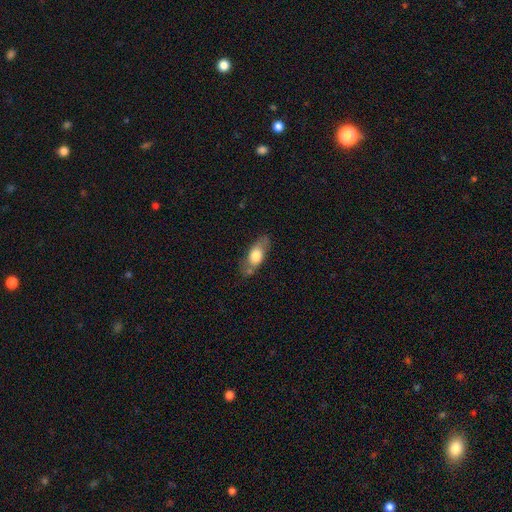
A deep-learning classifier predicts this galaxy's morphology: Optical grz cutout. It shows a smooth galaxy with no disk features (63%) that is in between round and cigar-shaped (75%). Merging: none (66%).